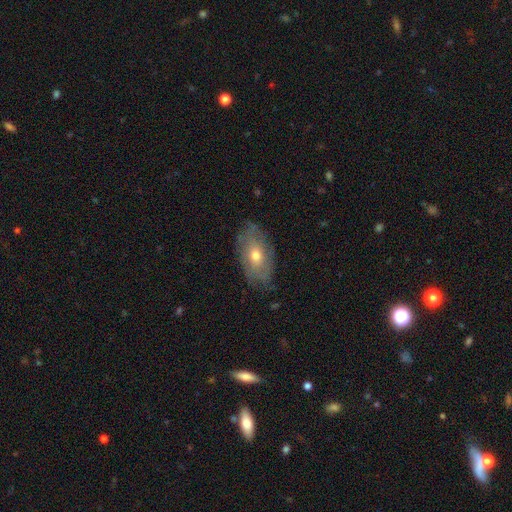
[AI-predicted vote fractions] smooth-or-featured: smooth: 53% | featured or disk: 40% | star or artifact: 7%
  how-rounded: in between: 90% | round: 7% | cigar-shaped: 3%
  merging: none: 72% | minor disturbance: 21% | major disturbance: 5% | merger: 1%